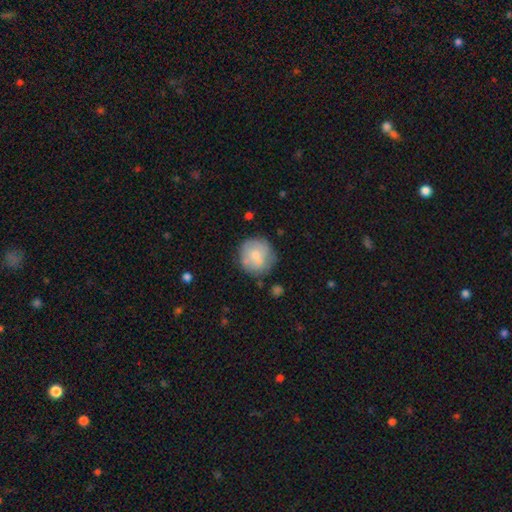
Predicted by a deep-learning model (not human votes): Overall: smooth (67%). How rounded: round (89%). Merging: none (65%).